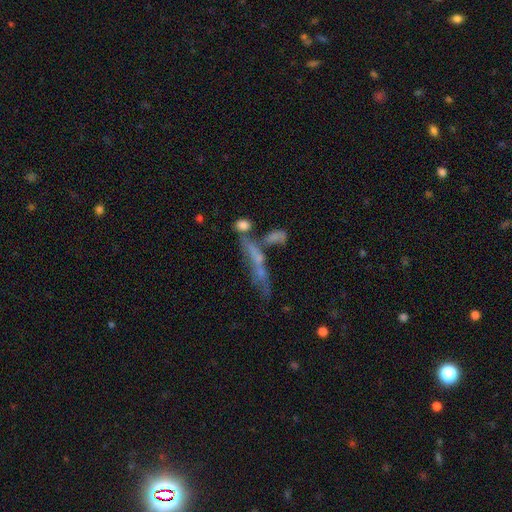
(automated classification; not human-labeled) smooth-or-featured: featured or disk: 44% | smooth: 41% | star or artifact: 15%
  merging: merger: 39% | none: 30% | major disturbance: 17% | minor disturbance: 14%